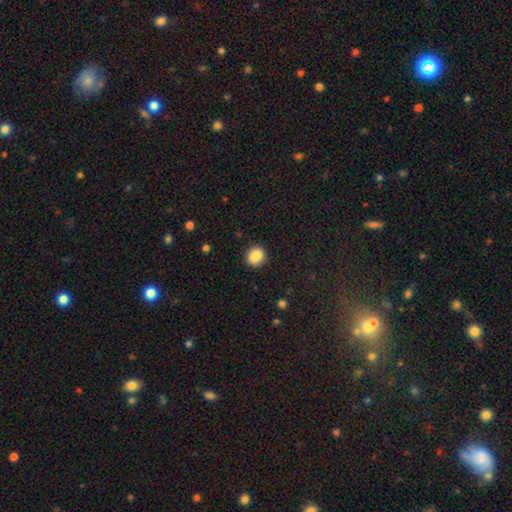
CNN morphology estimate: Smooth or featured? smooth (85%)
How rounded? round (73%)
Merging? none (87%)